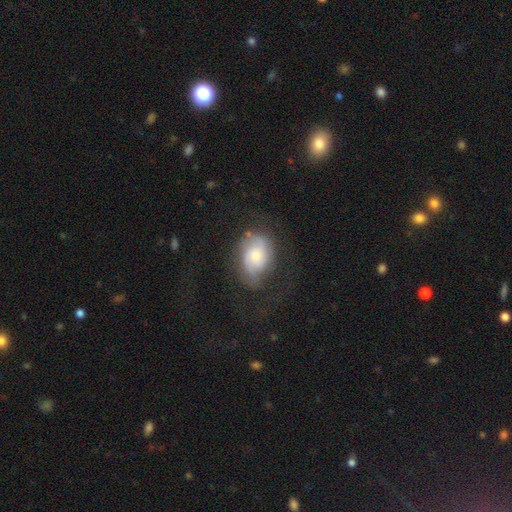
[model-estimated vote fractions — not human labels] Smooth or featured: featured or disk — 57% (smooth — 35%)
Edge-on disk: no — 97% (yes — 3%)
Bar: no — 74% (weak — 23%)
Spiral arms: yes — 84% (no — 16%)
Bulge size: moderate — 46% (small — 44%)
Merging: none — 52% (minor disturbance — 25%)